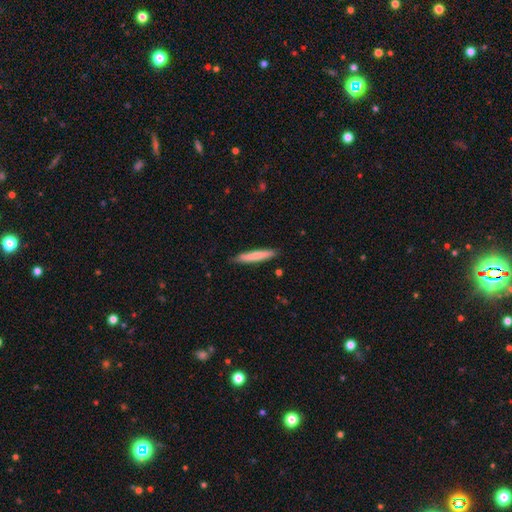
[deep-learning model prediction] Overall: smooth (77%). How rounded: cigar-shaped (93%). Merging: none (88%).